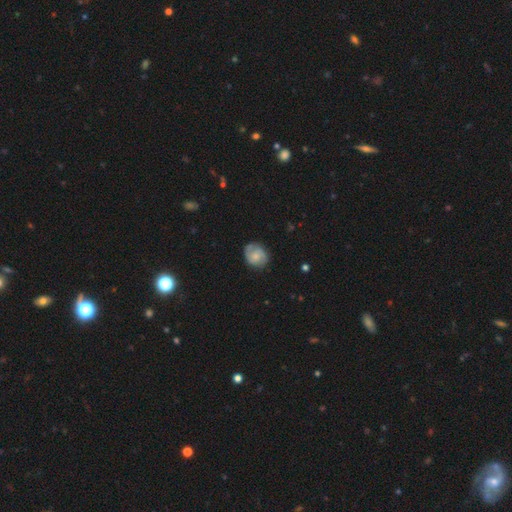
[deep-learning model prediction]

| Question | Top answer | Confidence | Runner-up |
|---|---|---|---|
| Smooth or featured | featured or disk | 54% | smooth (38%) |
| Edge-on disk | no | 97% | yes (3%) |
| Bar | no | 66% | weak (30%) |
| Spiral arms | yes | 89% | no (11%) |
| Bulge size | small | 44% | moderate (32%) |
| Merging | none | 72% | minor disturbance (20%) |